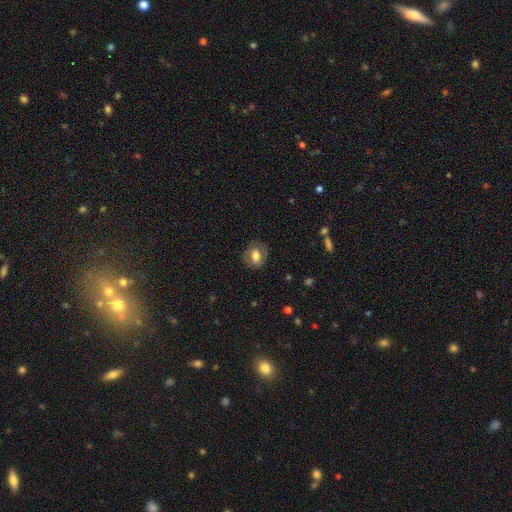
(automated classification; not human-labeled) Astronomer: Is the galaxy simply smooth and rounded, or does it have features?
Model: smooth — 66%.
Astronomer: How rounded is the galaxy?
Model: round — 50% (runner-up: in between, 48%).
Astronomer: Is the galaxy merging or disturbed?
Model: none — 80%.